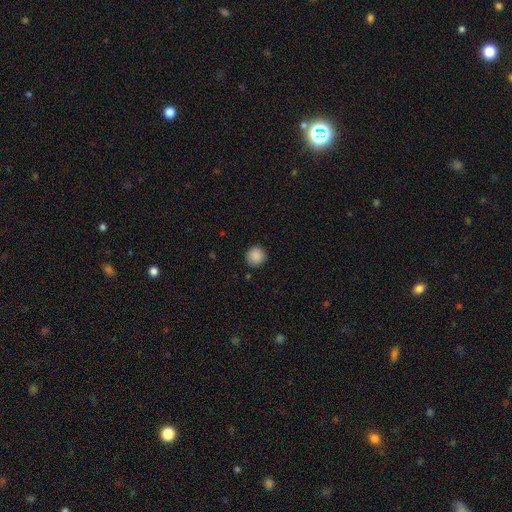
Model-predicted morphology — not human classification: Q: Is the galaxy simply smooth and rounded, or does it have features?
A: smooth — 88%.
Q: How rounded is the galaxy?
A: round — 94%.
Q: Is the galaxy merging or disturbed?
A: none — 90%.